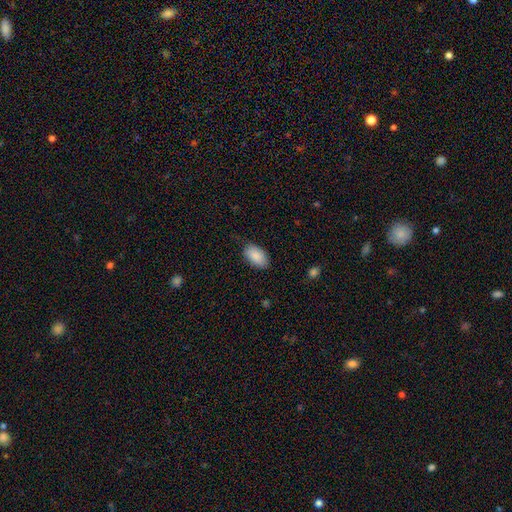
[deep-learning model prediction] A smooth galaxy with no disk features (89%) that is in between round and cigar-shaped (95%). Merging: none (81%).